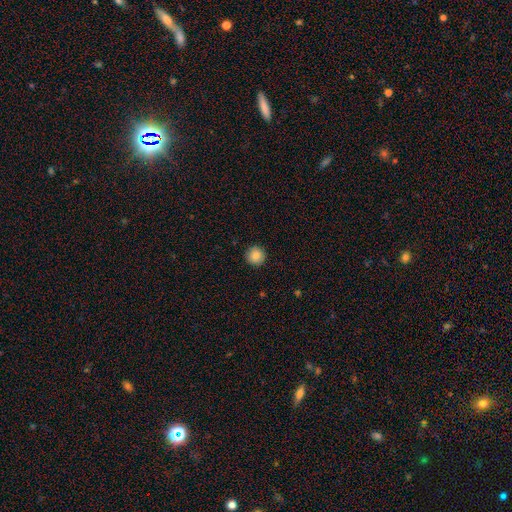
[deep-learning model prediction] Smooth or featured: smooth — 86% (star or artifact — 9%)
How rounded: round — 95% (in between — 4%)
Merging: none — 92% (minor disturbance — 6%)